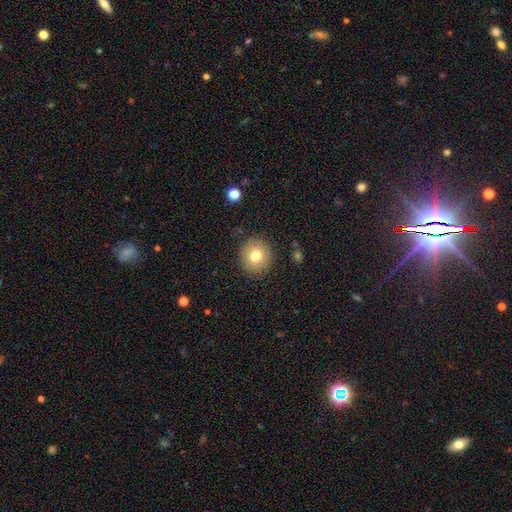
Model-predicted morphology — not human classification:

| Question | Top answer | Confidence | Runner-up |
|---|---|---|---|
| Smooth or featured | smooth | 76% | featured or disk (14%) |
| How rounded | round | 91% | in between (8%) |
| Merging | none | 88% | minor disturbance (8%) |